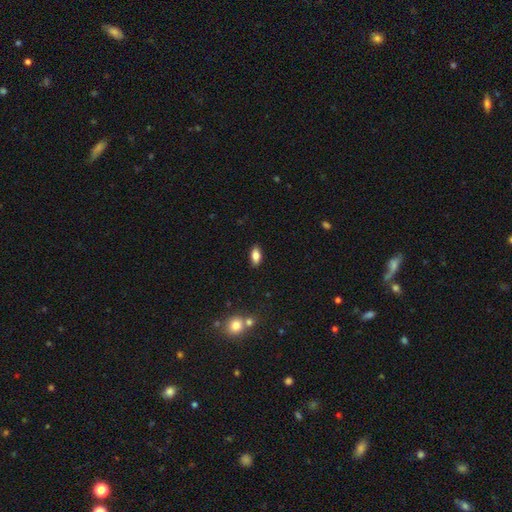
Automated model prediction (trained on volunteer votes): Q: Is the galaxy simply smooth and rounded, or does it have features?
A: smooth — 79%.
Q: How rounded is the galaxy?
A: in between — 87%.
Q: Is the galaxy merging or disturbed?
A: none — 88%.